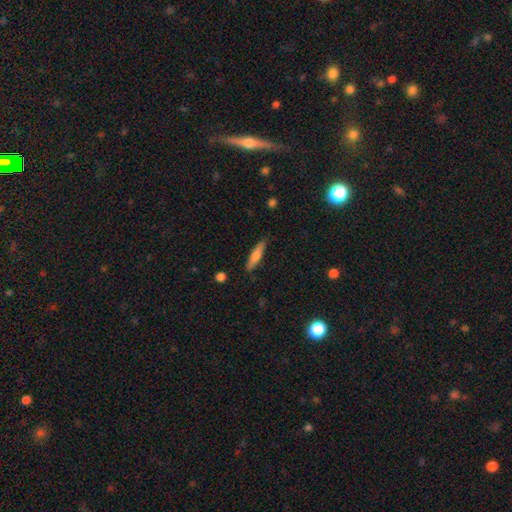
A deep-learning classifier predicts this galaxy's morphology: Smooth or featured?
  - smooth: 61% *
  - featured or disk: 32%
  - star or artifact: 6%
How rounded?
  - cigar-shaped: 84% *
  - in between: 14%
  - round: 2%
Merging?
  - none: 87% *
  - minor disturbance: 10%
  - major disturbance: 2%
  - merger: 2%